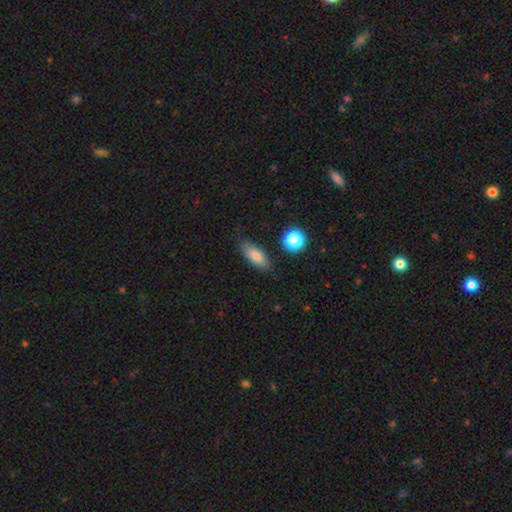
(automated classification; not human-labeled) Overall: smooth (80%). How rounded: in between (73%). Merging: none (81%).